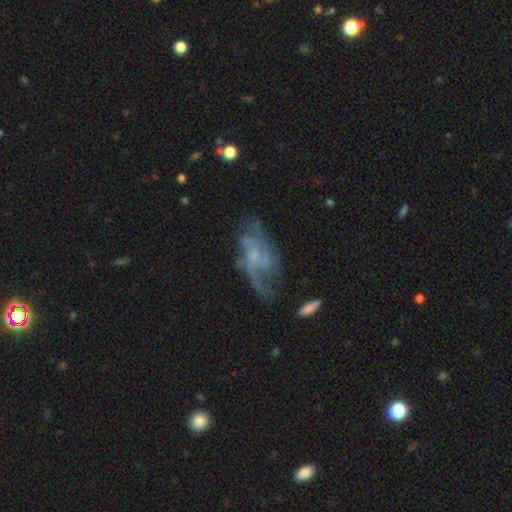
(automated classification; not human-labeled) Smooth or featured? featured or disk (74%)
Edge-on disk? no (95%)
Bar? no (66%)
Spiral arms? yes (83%)
Spiral winding? loose (44%)
Spiral arm count? can't tell (31%)
Bulge size? none (46%)
Merging? none (48%)